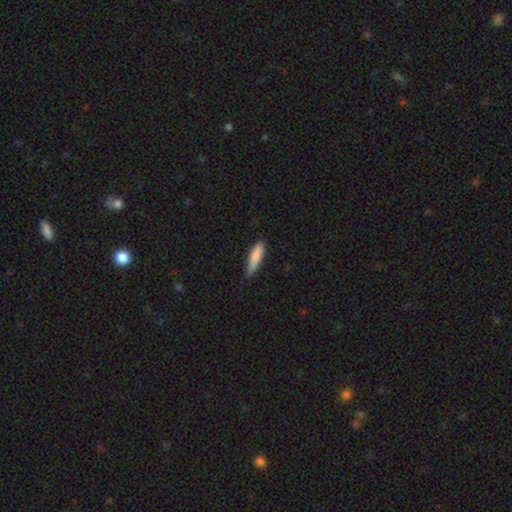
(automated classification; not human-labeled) Q: Smooth or featured?
A: smooth (84%); runner-up: featured or disk (11%)
Q: How rounded?
A: cigar-shaped (72%); runner-up: in between (27%)
Q: Merging?
A: none (72%); runner-up: minor disturbance (24%)